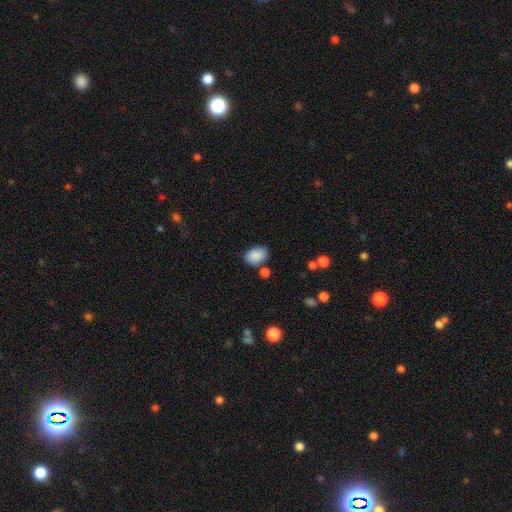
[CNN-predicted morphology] type=smooth (88%); roundness=in between (83%); merging=none (73%).